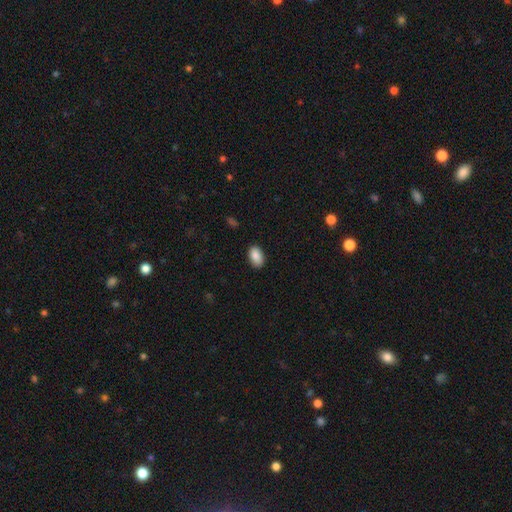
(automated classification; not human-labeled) The model was most divided on "merging": none: 88%, minor disturbance: 9%, major disturbance: 2%, merger: 1%. More confident: how rounded — in between (92%); smooth or featured — smooth (88%).